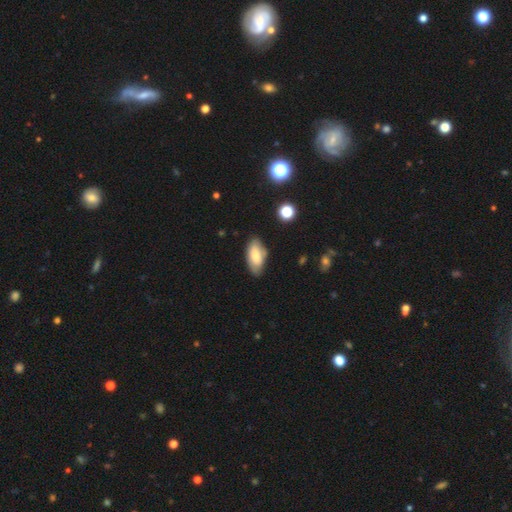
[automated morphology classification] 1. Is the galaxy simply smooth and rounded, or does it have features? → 72% smooth, 21% featured or disk, 7% star or artifact.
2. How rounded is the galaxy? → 91% in between, 7% cigar-shaped, 2% round.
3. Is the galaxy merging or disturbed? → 72% none, 21% minor disturbance, 4% major disturbance, 2% merger.